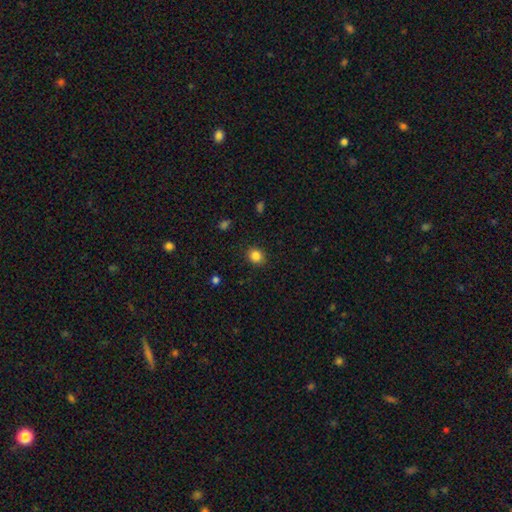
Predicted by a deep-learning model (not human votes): This appears to be a smooth galaxy with no disk features (85%) that is round (78%). Merging: none (89%).